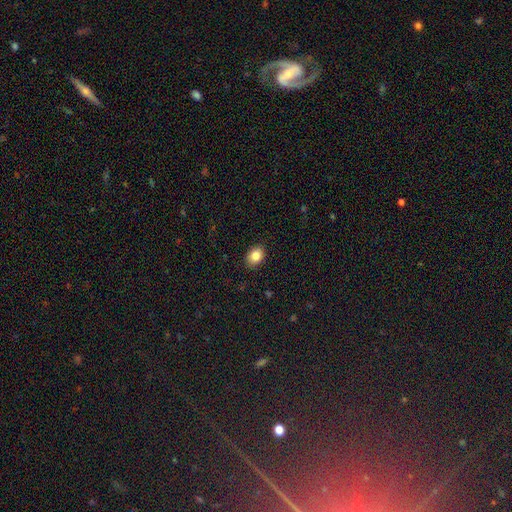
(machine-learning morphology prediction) smooth 86%, star or artifact 9%, featured or disk 6%. Down the decision tree: how rounded — in between (68%); merging — none (88%).